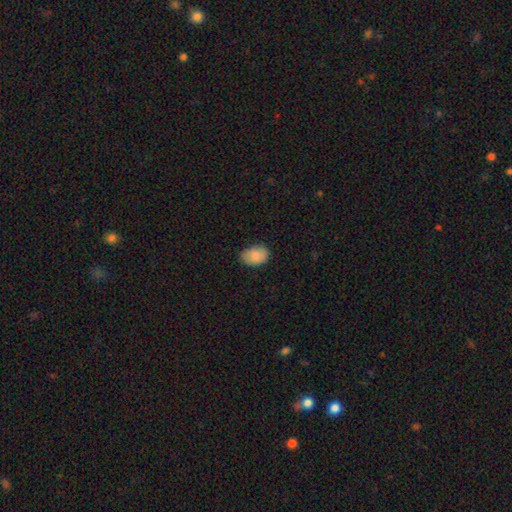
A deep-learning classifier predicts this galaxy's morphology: The model was most divided on "merging": none: 76%, minor disturbance: 20%, major disturbance: 3%, merger: 1%. More confident: smooth or featured — smooth (85%); how rounded — in between (83%).